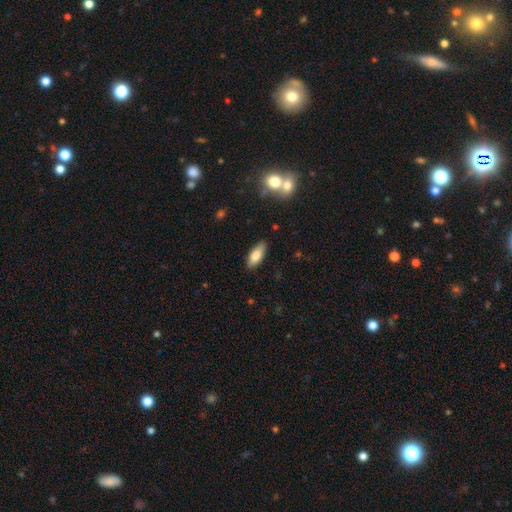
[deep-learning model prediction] This appears to be a smooth galaxy with no disk features (81%) that is in between round and cigar-shaped (78%). Merging: none (86%).